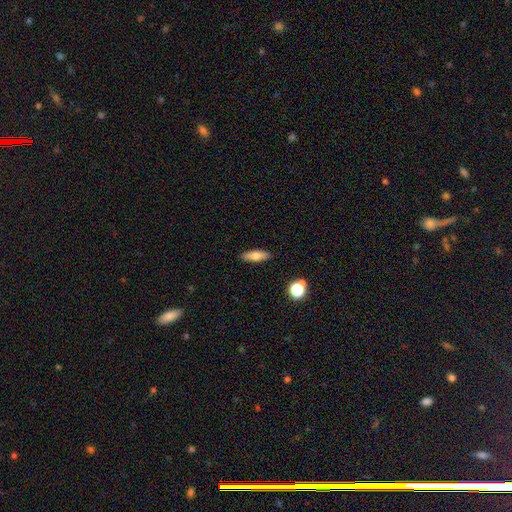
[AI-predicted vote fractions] Smooth or featured? smooth (71%)
How rounded? in between (51%)
Merging? none (89%)